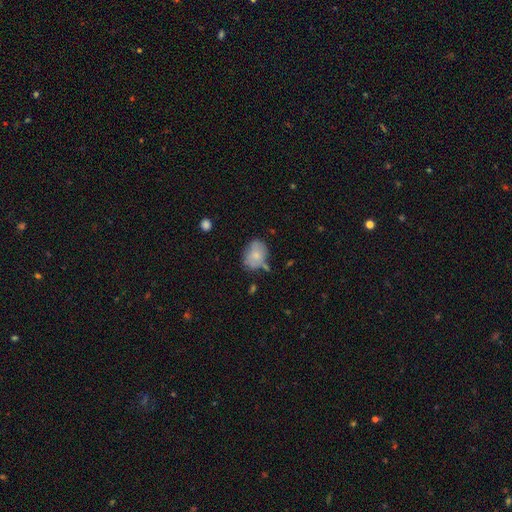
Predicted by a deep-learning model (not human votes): This appears to be a smooth galaxy with no disk features (73%) that is in between round and cigar-shaped (66%). Merging: none (56%).